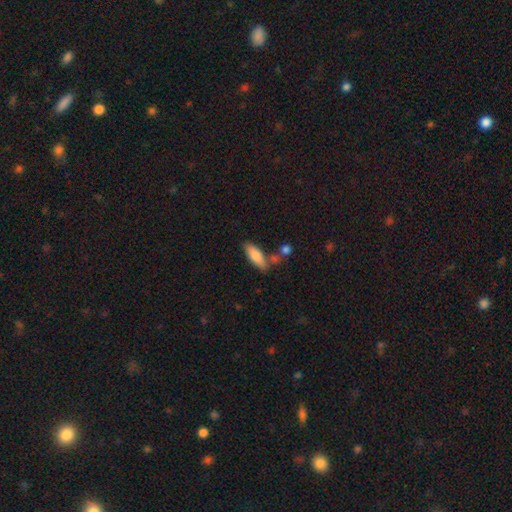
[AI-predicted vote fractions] Morphology: type=smooth (81%); roundness=in between (60%); merging=none (63%).